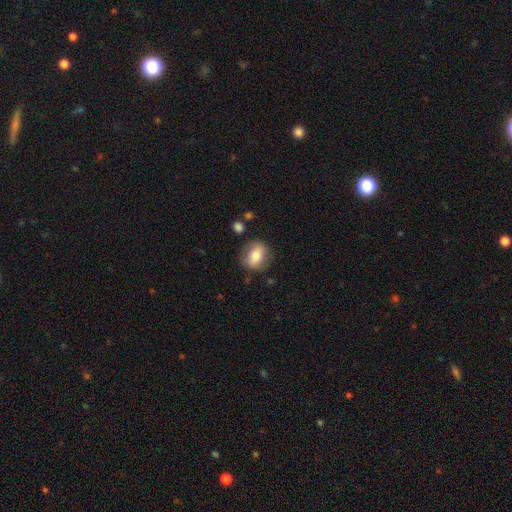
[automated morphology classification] Smooth or featured?
  - smooth: 68% *
  - featured or disk: 24%
  - star or artifact: 8%
How rounded?
  - round: 59% *
  - in between: 40%
  - cigar-shaped: 2%
Merging?
  - none: 81% *
  - minor disturbance: 13%
  - major disturbance: 4%
  - merger: 2%